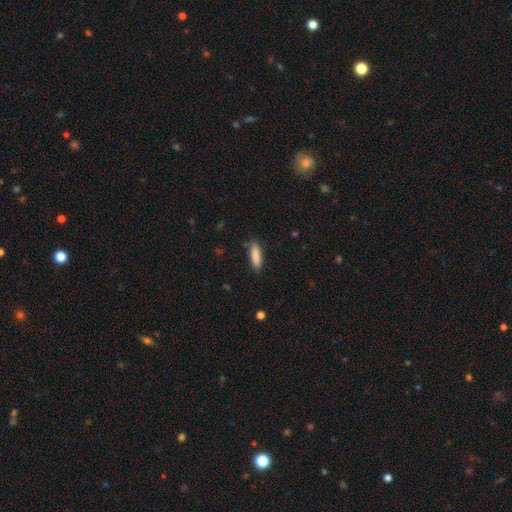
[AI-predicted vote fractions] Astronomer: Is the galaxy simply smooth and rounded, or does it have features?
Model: smooth — 88%.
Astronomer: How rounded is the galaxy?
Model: cigar-shaped — 64%.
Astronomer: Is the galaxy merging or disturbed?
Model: none — 85%.